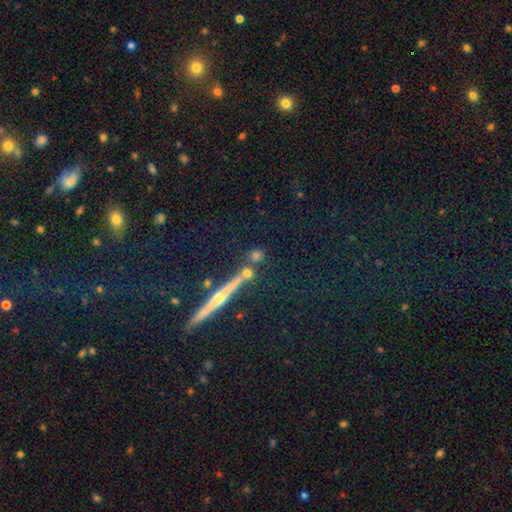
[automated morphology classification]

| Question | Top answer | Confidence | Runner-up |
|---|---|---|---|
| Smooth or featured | smooth | 53% | featured or disk (24%) |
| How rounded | round | 76% | cigar-shaped (13%) |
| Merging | none | 75% | merger (15%) |